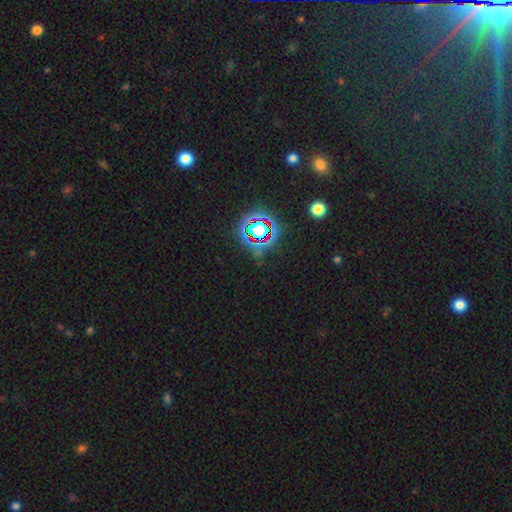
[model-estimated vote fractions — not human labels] This appears to be a star or artifact, not a galaxy (80%).